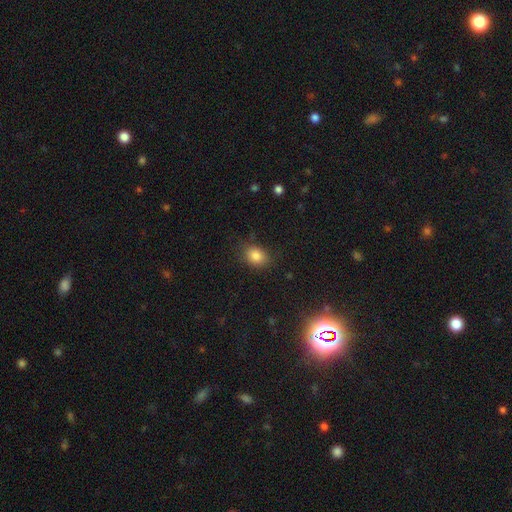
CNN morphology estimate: Q: Smooth or featured?
A: smooth (84%); runner-up: star or artifact (10%)
Q: How rounded?
A: in between (59%); runner-up: round (40%)
Q: Merging?
A: none (79%); runner-up: minor disturbance (16%)